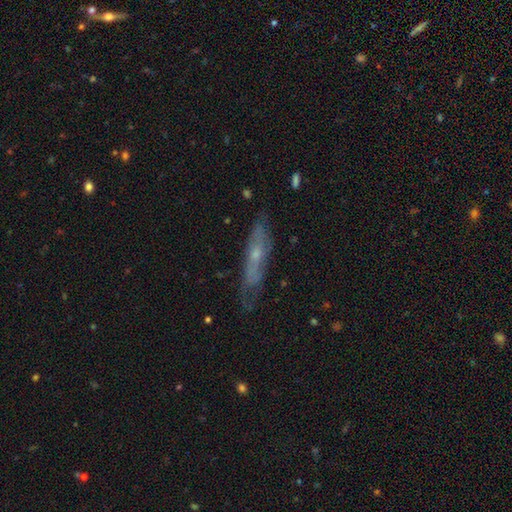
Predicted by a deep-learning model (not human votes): This appears to be a featured or disk galaxy (59%) viewed edge-on (55%). Merging: none (66%).